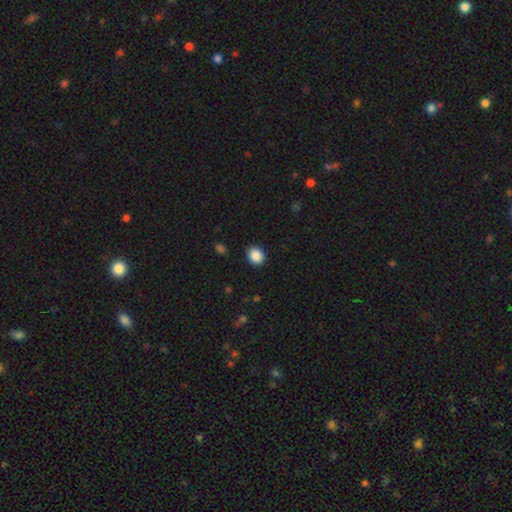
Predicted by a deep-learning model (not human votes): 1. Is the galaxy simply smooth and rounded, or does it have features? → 89% smooth, 8% star or artifact, 3% featured or disk.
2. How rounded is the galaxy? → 53% round, 46% in between, 1% cigar-shaped.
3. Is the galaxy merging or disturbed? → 89% none, 7% minor disturbance, 2% major disturbance, 1% merger.